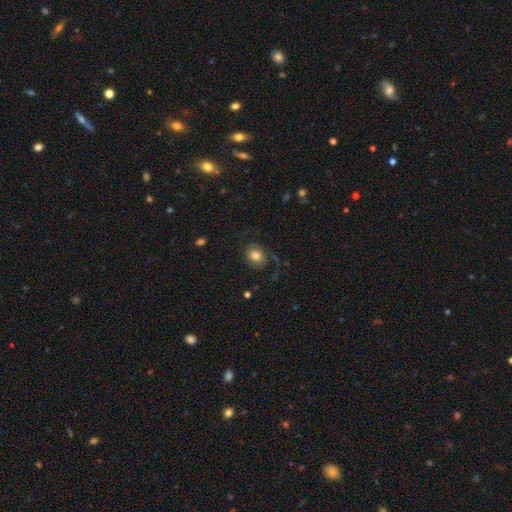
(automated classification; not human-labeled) smooth_or_featured: smooth (p=0.55) [alt: featured or disk p=0.36]
how_rounded: in between (p=0.53) [alt: round p=0.46]
merging: none (p=0.62) [alt: major disturbance p=0.18]